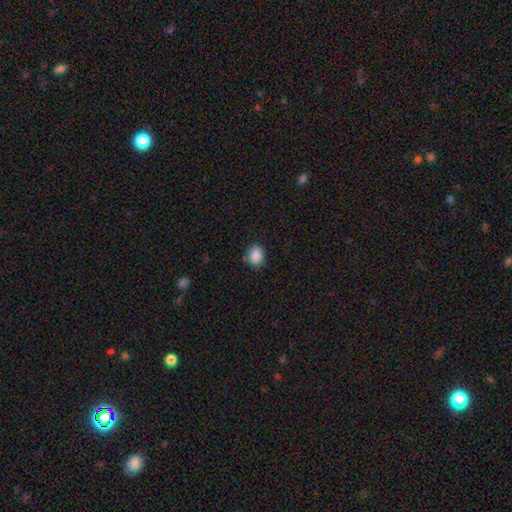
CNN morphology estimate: This appears to be a smooth galaxy with no disk features (87%) that is in between round and cigar-shaped (50%). Merging: none (76%).